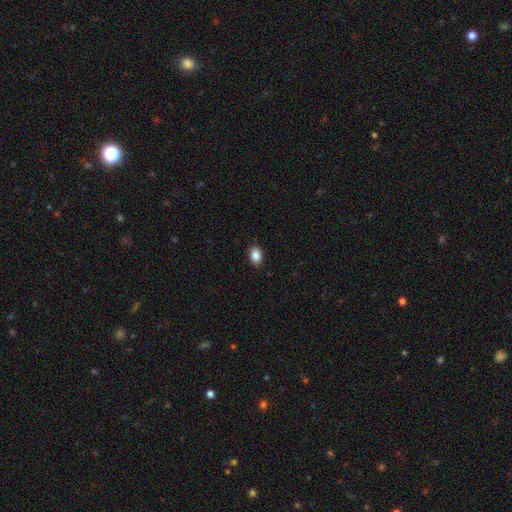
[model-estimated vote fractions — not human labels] A smooth galaxy with no disk features (87%) that is in between round and cigar-shaped (77%). Merging: none (90%).